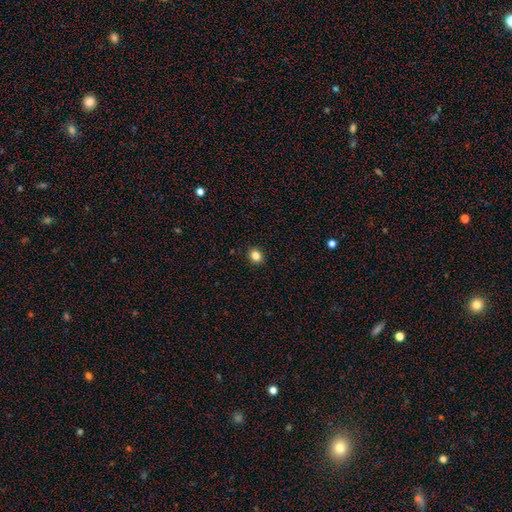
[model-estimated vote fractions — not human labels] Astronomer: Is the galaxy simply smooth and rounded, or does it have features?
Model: smooth — 84%.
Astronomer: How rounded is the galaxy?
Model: round — 75%.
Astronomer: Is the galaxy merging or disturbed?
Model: none — 92%.